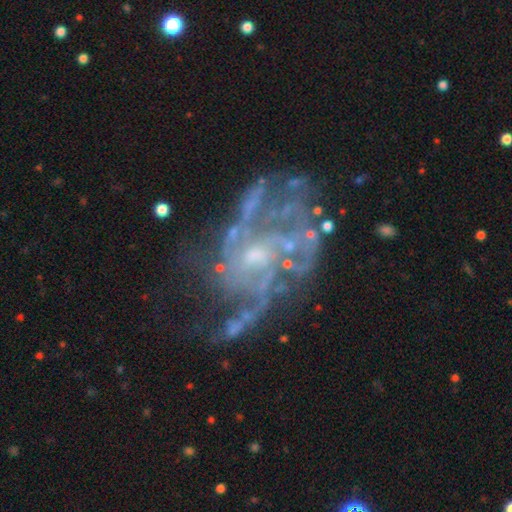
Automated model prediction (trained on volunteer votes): Smooth or featured: featured or disk — 85% (star or artifact — 8%)
Edge-on disk: no — 97% (yes — 3%)
Bar: no — 65% (weak — 29%)
Spiral arms: yes — 84% (no — 16%)
Spiral winding: medium — 41% (tight — 30%)
Spiral arm count: can't tell — 34% (2 — 23%)
Bulge size: small — 51% (moderate — 32%)
Merging: none — 42% (major disturbance — 32%)